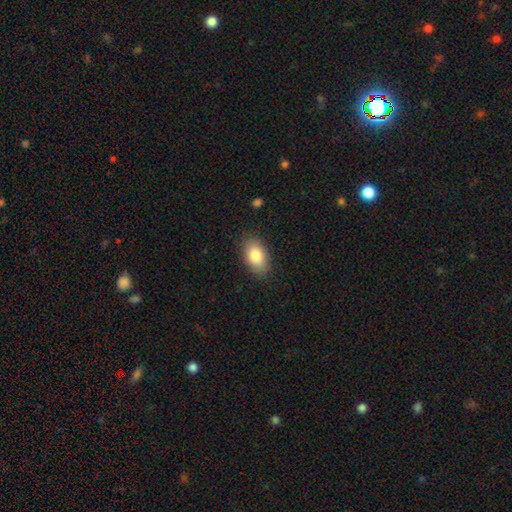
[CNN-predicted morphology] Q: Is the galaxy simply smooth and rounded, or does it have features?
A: smooth — 84%.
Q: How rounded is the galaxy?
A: in between — 92%.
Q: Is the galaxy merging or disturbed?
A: none — 86%.